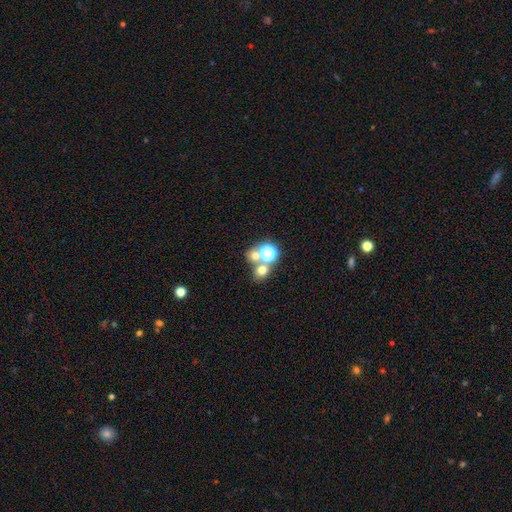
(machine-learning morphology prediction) Overall: smooth (61%; star or artifact 26%). How rounded: round (77%). Merging: none (49%; merger 41%).